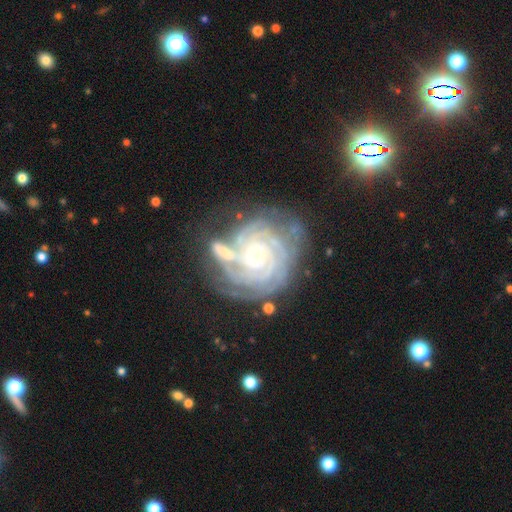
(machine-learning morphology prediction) featured or disk 90%, star or artifact 5%, smooth 5%. Down the decision tree: edge-on disk — no (97%); bar — no (76%); spiral arms — yes (98%); spiral arm count — 4 (29%); spiral winding — tight (83%); bulge size — small (68%); merging — none (55%).